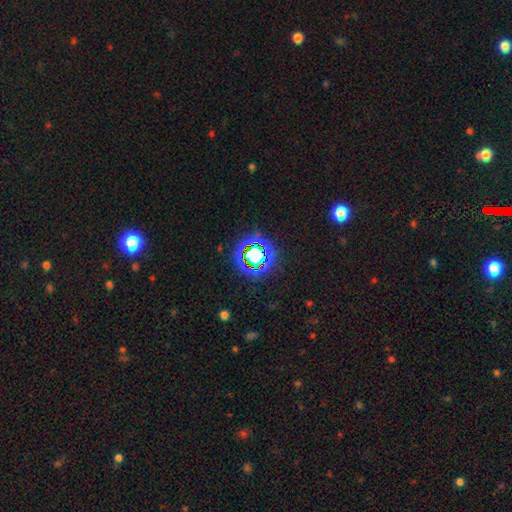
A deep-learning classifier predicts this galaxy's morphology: A star or artifact, not a galaxy (66%).

Vote fractions:
- Smooth or featured? star or artifact: 66% / smooth: 23% / featured or disk: 12%